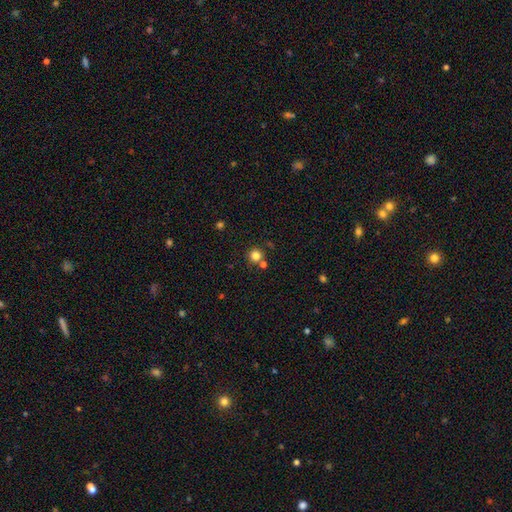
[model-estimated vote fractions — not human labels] smooth-or-featured: smooth: 80% | star or artifact: 14% | featured or disk: 6%
  how-rounded: round: 94% | in between: 5% | cigar-shaped: 1%
  merging: none: 76% | merger: 14% | minor disturbance: 8% | major disturbance: 3%